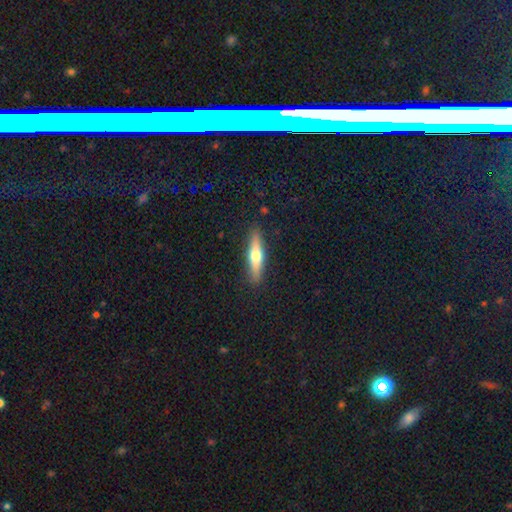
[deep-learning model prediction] Morphology: type=smooth (49%); merging=none (89%).